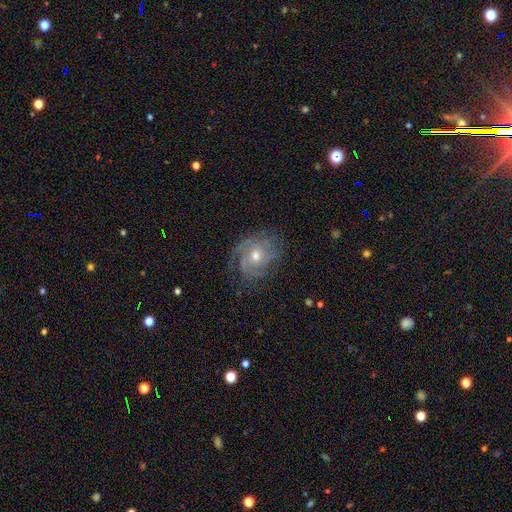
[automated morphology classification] Q: Smooth or featured?
A: featured or disk (82%); runner-up: smooth (11%)
Q: Edge-on disk?
A: no (97%); runner-up: yes (3%)
Q: Bar?
A: no (75%); runner-up: weak (22%)
Q: Spiral arms?
A: yes (94%); runner-up: no (6%)
Q: Spiral winding?
A: tight (57%); runner-up: medium (32%)
Q: Spiral arm count?
A: can't tell (31%); runner-up: 3 (27%)
Q: Bulge size?
A: moderate (65%); runner-up: small (30%)
Q: Merging?
A: none (69%); runner-up: minor disturbance (19%)